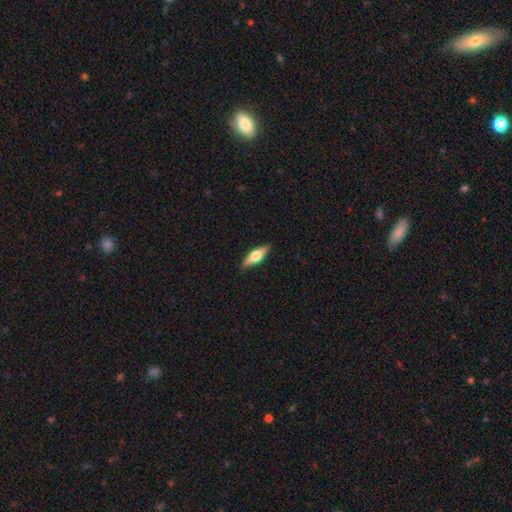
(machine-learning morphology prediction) This is possibly a smooth galaxy (48%). Merging: clearly none (88%).